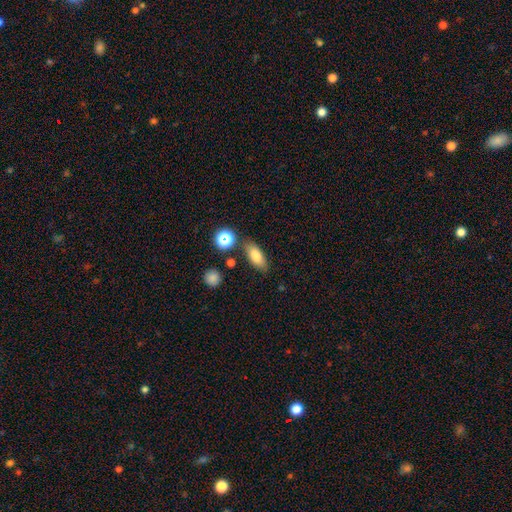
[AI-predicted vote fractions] smooth_or_featured: smooth (p=0.79) [alt: featured or disk p=0.11]
how_rounded: in between (p=0.77) [alt: cigar-shaped p=0.18]
merging: none (p=0.79) [alt: minor disturbance p=0.12]